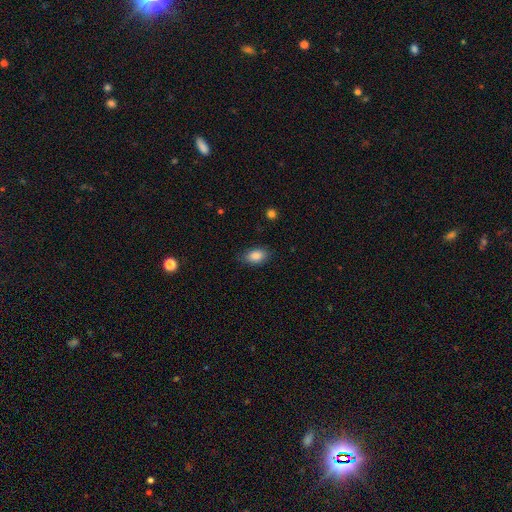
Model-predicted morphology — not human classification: Smooth or featured: smooth — 86% (star or artifact — 8%)
How rounded: in between — 89% (round — 8%)
Merging: none — 85% (minor disturbance — 12%)